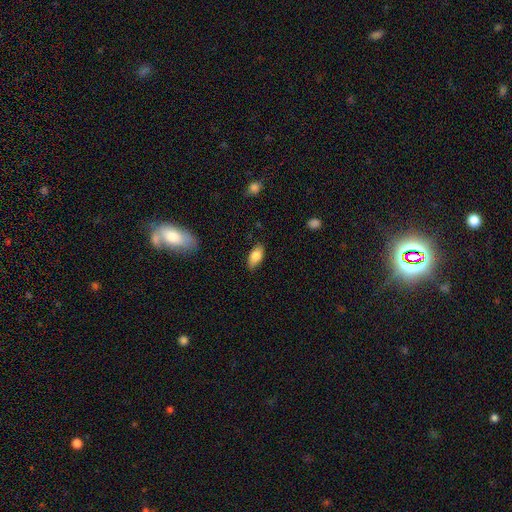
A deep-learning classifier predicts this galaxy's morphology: Overall: smooth (83%). How rounded: in between (89%). Merging: none (84%).